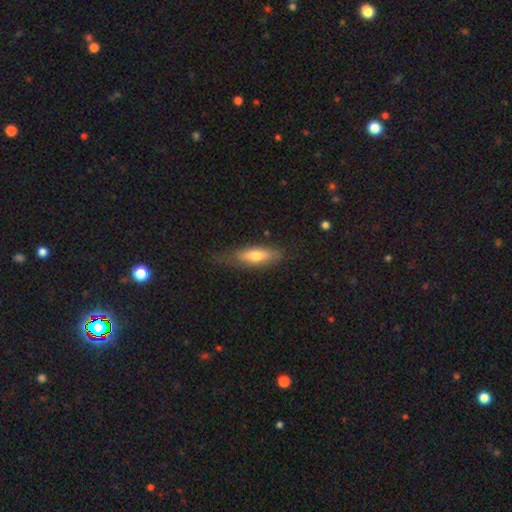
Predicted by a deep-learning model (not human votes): The model was most divided on "how rounded": in between: 50%, cigar-shaped: 47%, round: 3%. More confident: merging — none (67%); smooth or featured — smooth (65%).